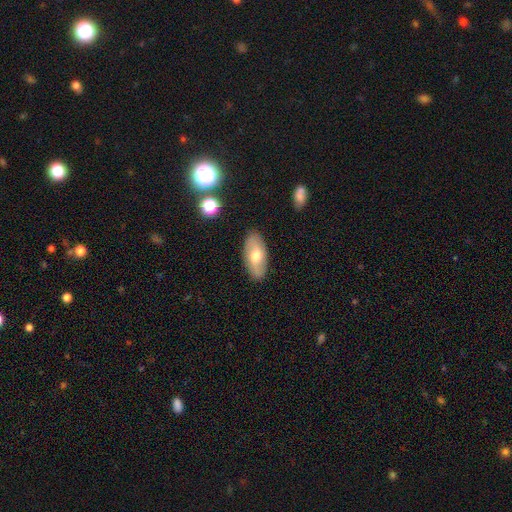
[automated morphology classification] A smooth galaxy with no disk features (58%) that is in between round and cigar-shaped (91%).

Vote fractions:
- Smooth or featured? smooth: 58% / featured or disk: 35% / star or artifact: 7%
- How rounded? in between: 91% / cigar-shaped: 6% / round: 3%
- Merging? none: 86% / minor disturbance: 11% / major disturbance: 2% / merger: 1%